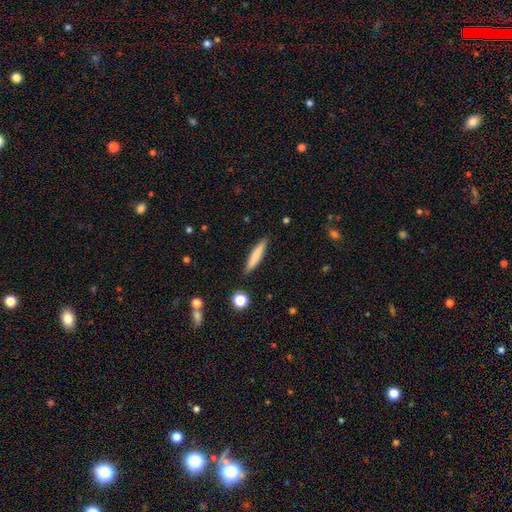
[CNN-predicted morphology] type=smooth (76%); roundness=cigar-shaped (91%); merging=none (89%).